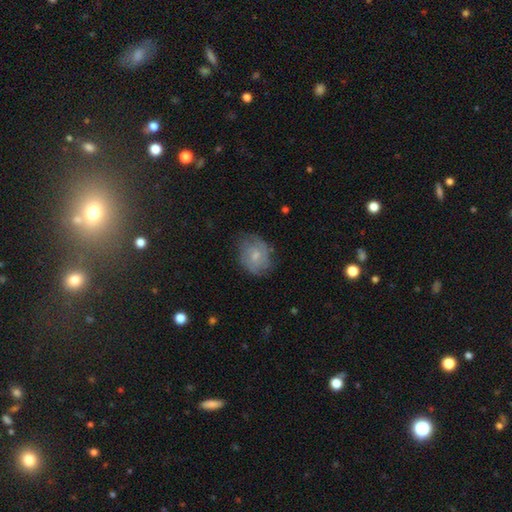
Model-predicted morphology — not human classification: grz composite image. It shows a featured or disk galaxy (50%). Merging: none (64%).